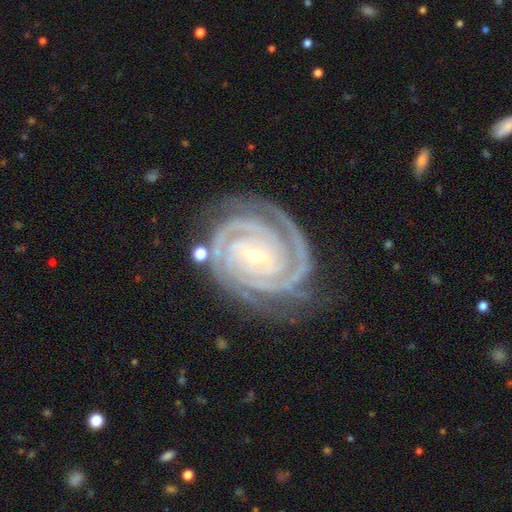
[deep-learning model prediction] A featured or disk galaxy (93%) with a weak bar (38%), 2 (42%) tight (86%) spiral arms (99%) and a small central bulge (67%).

Vote fractions:
- Smooth or featured? featured or disk: 93% / star or artifact: 4% / smooth: 3%
- Edge-on disk? no: 97% / yes: 3%
- Bar? weak: 38% / strong: 31% / no: 30%
- Spiral arms? yes: 99% / no: 1%
- Spiral winding? tight: 86% / medium: 12% / loose: 1%
- Spiral arm count? 2: 42% / 3: 27% / 4: 13% / can't tell: 9% / more than 4: 5% / 1: 5%
- Bulge size? small: 67% / moderate: 30% / large: 1% / none: 1% / dominant: 1%
- Merging? none: 77% / minor disturbance: 16% / major disturbance: 4% / merger: 2%